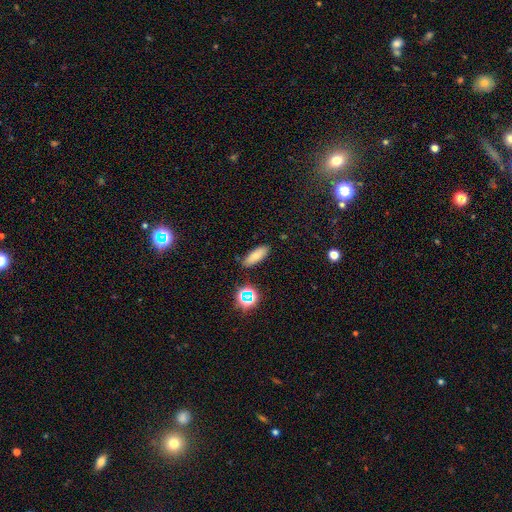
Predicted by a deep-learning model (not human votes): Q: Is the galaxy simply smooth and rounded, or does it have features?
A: smooth — 76%.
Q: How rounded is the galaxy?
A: in between — 65%.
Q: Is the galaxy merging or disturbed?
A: none — 85%.